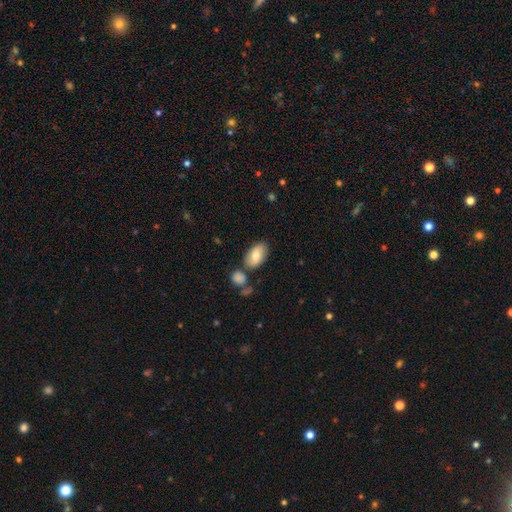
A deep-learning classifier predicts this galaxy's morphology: Smooth or featured? smooth (75%)
How rounded? in between (93%)
Merging? none (68%)